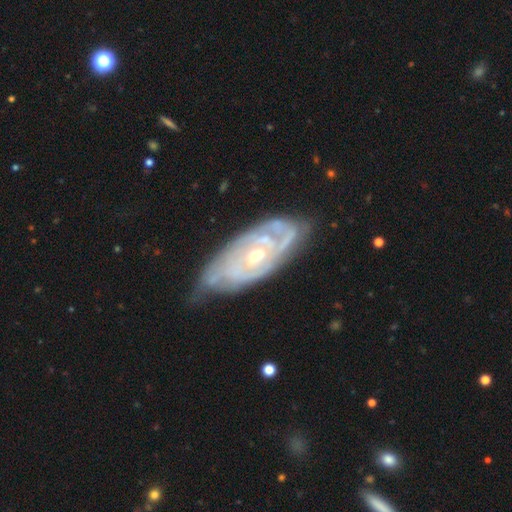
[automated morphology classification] Smooth or featured? Predicted: featured or disk (p=0.84). Edge-on disk? Predicted: no (p=0.91). Bar? Predicted: no (p=0.67). Spiral arms? Predicted: yes (p=0.88). Spiral winding? Predicted: tight (p=0.71). Spiral arm count? Predicted: can't tell (p=0.46). Bulge size? Predicted: moderate (p=0.63). Merging? Predicted: none (p=0.57).